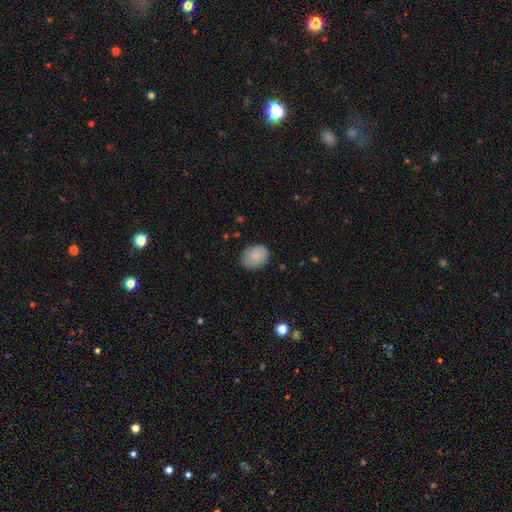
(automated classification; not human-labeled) smooth 81%, featured or disk 11%, star or artifact 7%. Down the decision tree: how rounded — in between (55%); merging — none (84%).